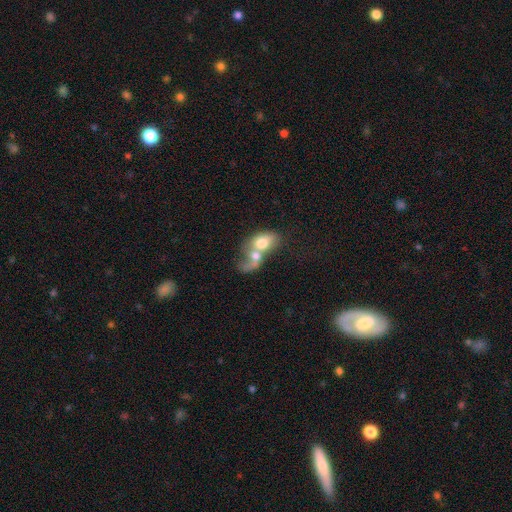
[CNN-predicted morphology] smooth 59%, featured or disk 33%, star or artifact 8%. Down the decision tree: how rounded — in between (68%); merging — merger (81%).